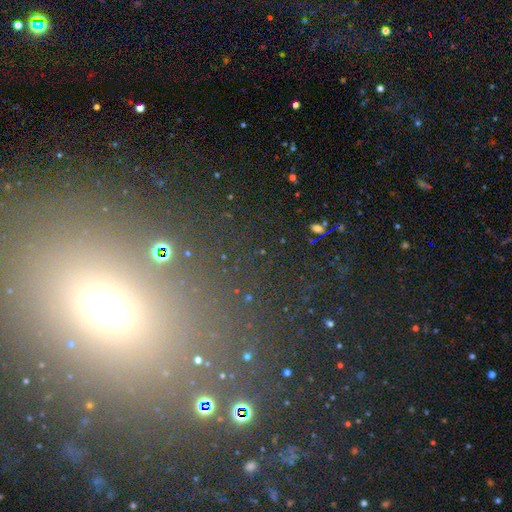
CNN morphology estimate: The model was most divided on "smooth or featured": smooth: 45%, star or artifact: 44%, featured or disk: 11%. More confident: merging — none (83%).